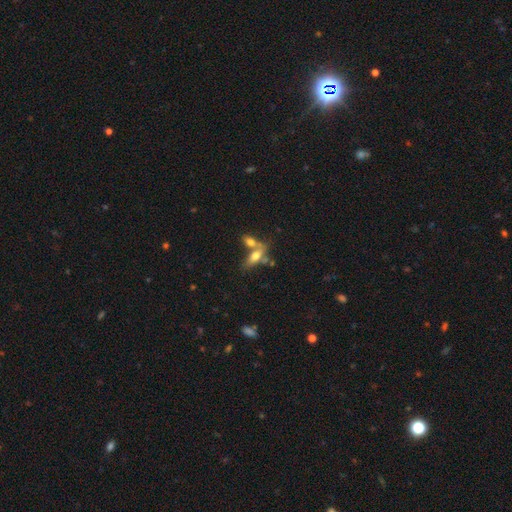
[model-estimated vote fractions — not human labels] smooth 61%, featured or disk 30%, star or artifact 9%. Down the decision tree: how rounded — in between (69%); merging — merger (47%).